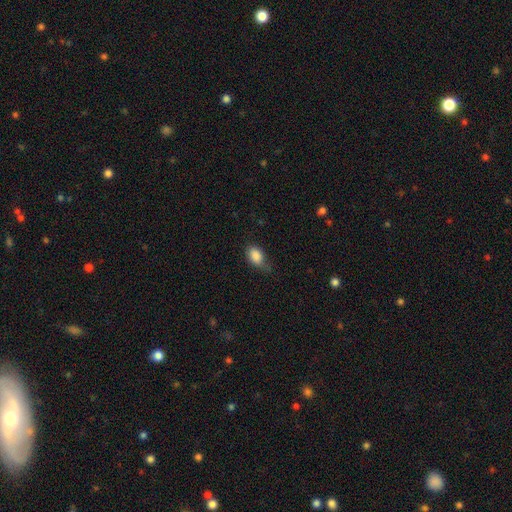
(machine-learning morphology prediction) Overall: smooth (86%). How rounded: in between (82%). Merging: none (50%; minor disturbance 38%).